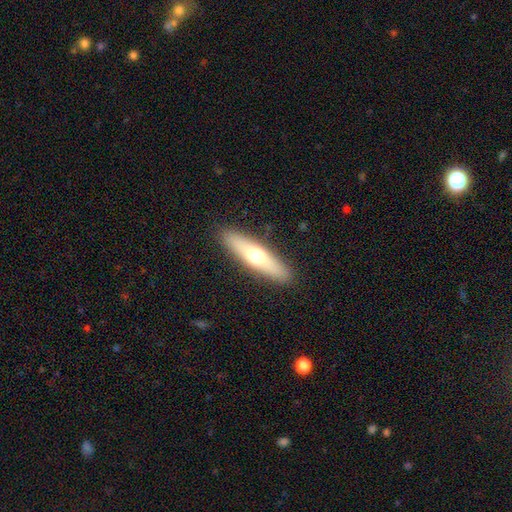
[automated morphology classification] This appears to be a smooth galaxy with no disk features (55%) that is cigar-shaped (75%). Merging: none (90%).